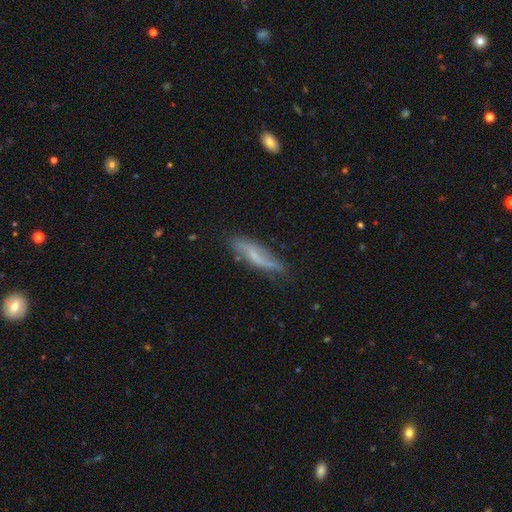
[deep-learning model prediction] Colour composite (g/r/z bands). It shows a featured or disk galaxy (56%). Merging: none (69%).